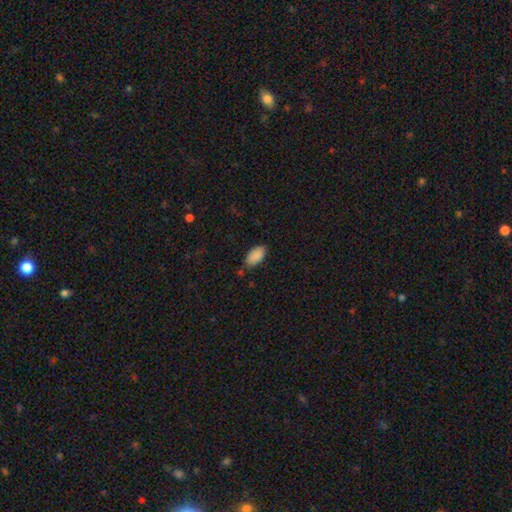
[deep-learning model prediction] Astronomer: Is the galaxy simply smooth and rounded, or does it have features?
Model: smooth — 90%.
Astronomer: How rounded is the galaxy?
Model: in between — 94%.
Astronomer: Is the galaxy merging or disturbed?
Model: none — 77%.